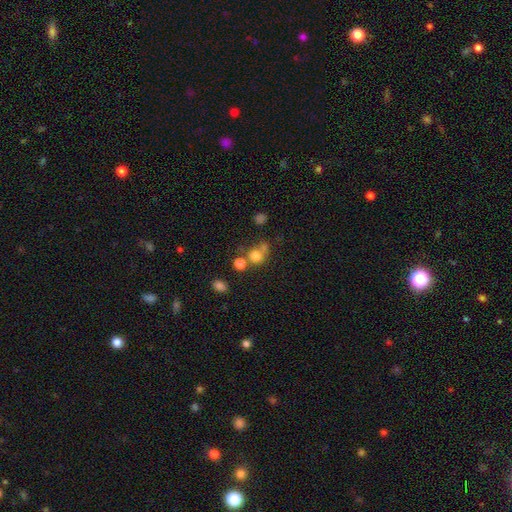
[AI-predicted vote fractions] This appears to be a smooth galaxy with no disk features (75%) that is round (84%). Merging: none (47%).